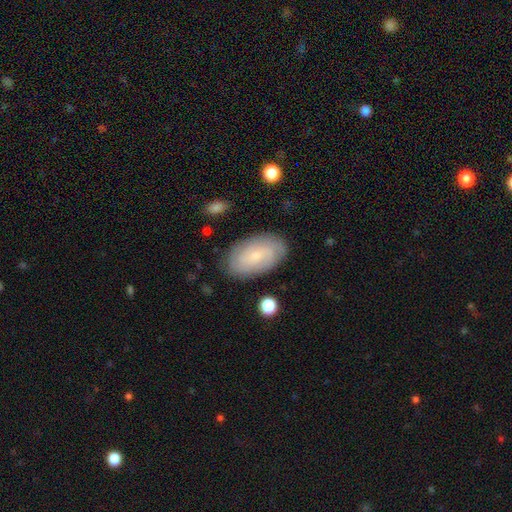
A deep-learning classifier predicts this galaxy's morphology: This is possibly a featured or disk galaxy (51%). It is clearly not viewed edge-on (94%). Merging: clearly none (83%).